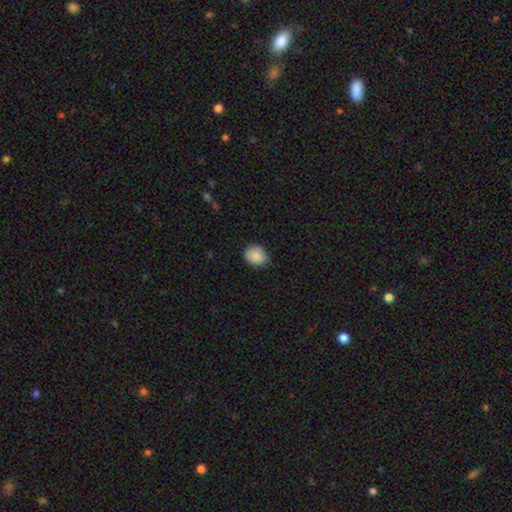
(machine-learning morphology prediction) This appears to be a smooth galaxy with no disk features (87%) that is round (61%). Merging: none (69%).